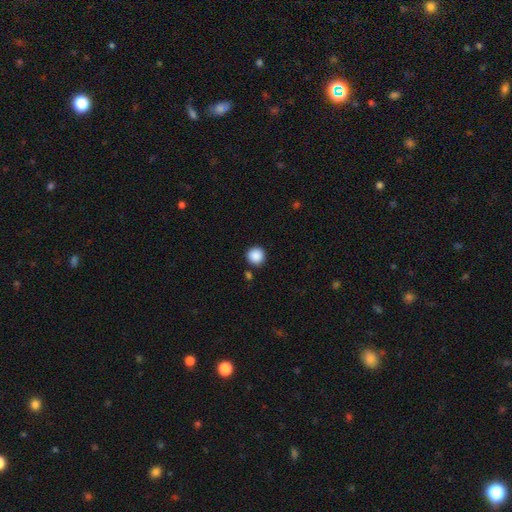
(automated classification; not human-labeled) This is clearly a smooth galaxy (88%). How rounded: clearly round (95%). Merging: clearly none (88%).